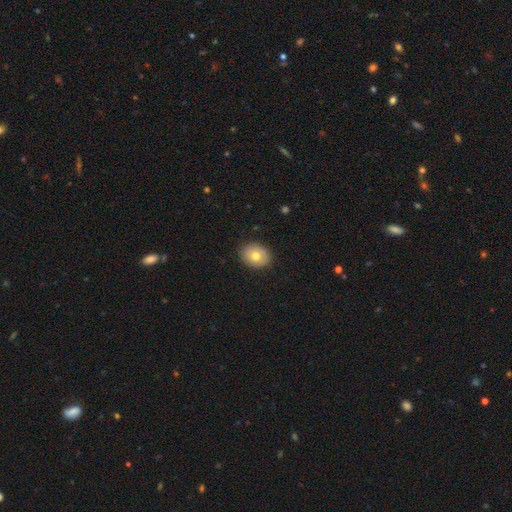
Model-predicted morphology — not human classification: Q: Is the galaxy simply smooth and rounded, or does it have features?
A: smooth — 72%.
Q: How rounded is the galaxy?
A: round — 53%.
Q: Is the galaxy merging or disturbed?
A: none — 87%.